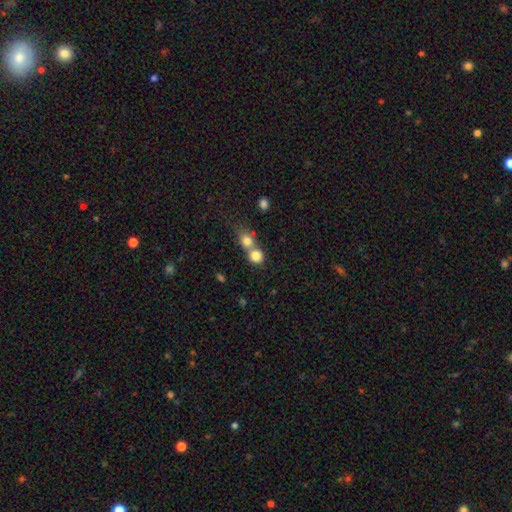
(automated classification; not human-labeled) smooth-or-featured: smooth: 80% | star or artifact: 11% | featured or disk: 9%
  how-rounded: round: 82% | in between: 17% | cigar-shaped: 1%
  merging: merger: 58% | none: 34% | minor disturbance: 5% | major disturbance: 3%